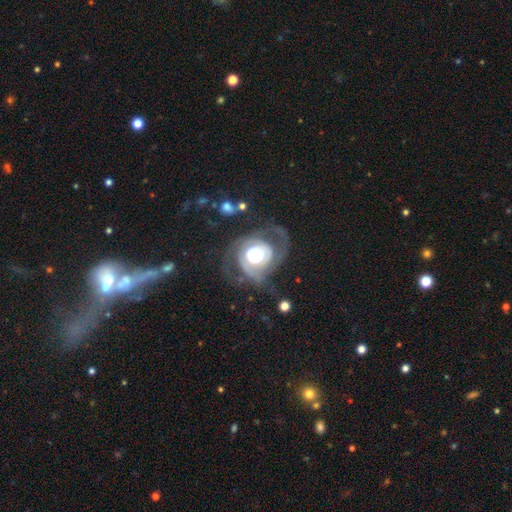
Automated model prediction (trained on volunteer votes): This is likely a featured or disk galaxy (78%). It is clearly not viewed edge-on (98%). Bar: likely no (75%). Spiral arm pattern: clearly yes (85%). Spiral arm count: possibly 2 (46%). Spiral winding: marginally tight (43%). Central bulge: possibly large (50%). Merging: marginally none (44%).